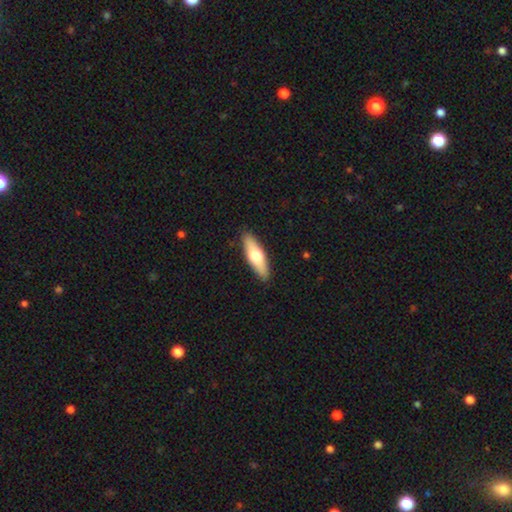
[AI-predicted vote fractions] smooth 56%, featured or disk 39%, star or artifact 5%. Down the decision tree: how rounded — cigar-shaped (55%); merging — none (90%).